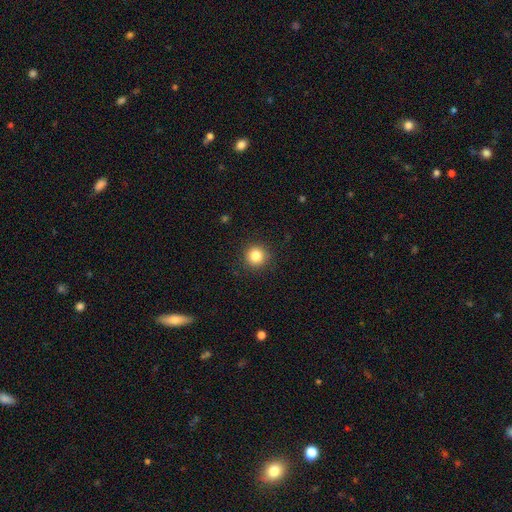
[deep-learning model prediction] Smooth or featured?
  - smooth: 83% *
  - star or artifact: 11%
  - featured or disk: 5%
How rounded?
  - round: 95% *
  - in between: 4%
  - cigar-shaped: 1%
Merging?
  - none: 91% *
  - minor disturbance: 6%
  - major disturbance: 2%
  - merger: 1%